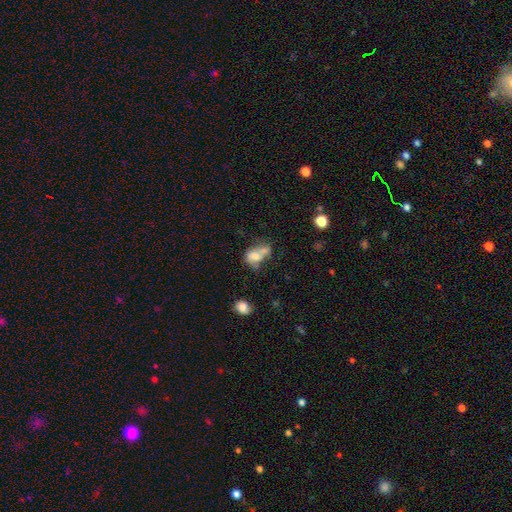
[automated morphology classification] Smooth or featured? Predicted: smooth (p=0.61). How rounded? Predicted: in between (p=0.76). Merging? Predicted: merger (p=0.46).